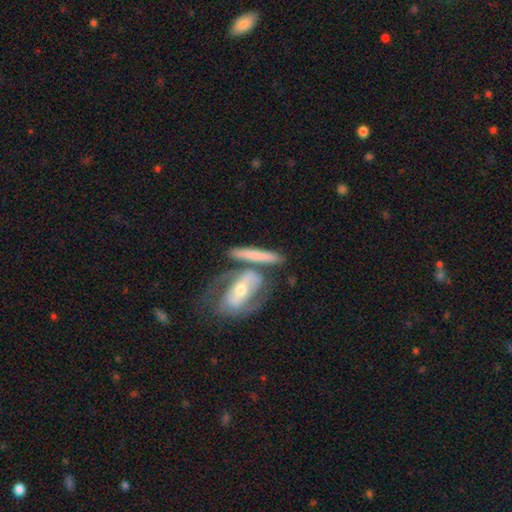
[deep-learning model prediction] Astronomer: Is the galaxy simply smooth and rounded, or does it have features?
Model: featured or disk — 50% (runner-up: smooth, 44%).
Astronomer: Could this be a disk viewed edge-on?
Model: no — 56% (runner-up: yes, 44%).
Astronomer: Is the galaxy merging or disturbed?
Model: none — 49% (runner-up: merger, 30%).